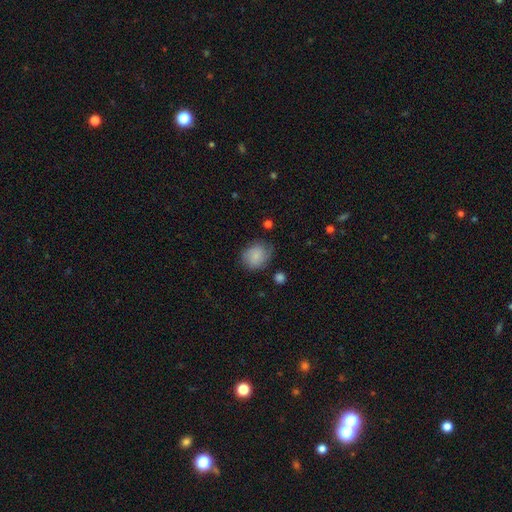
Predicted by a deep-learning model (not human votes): smooth_or_featured: smooth (p=0.78) [alt: featured or disk p=0.14]
how_rounded: round (p=0.63) [alt: in between p=0.37]
merging: none (p=0.63) [alt: minor disturbance p=0.27]